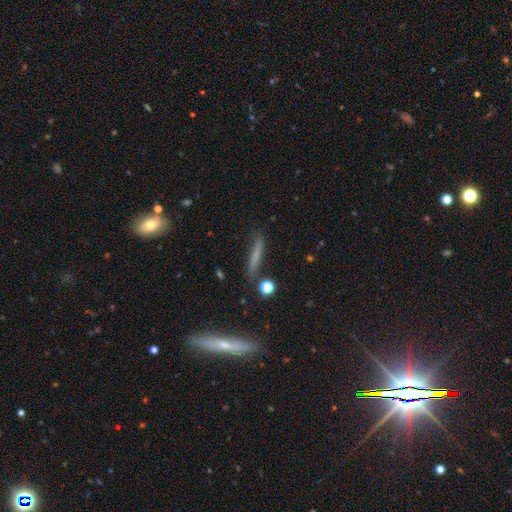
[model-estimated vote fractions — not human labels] Smooth or featured: smooth — 65% (featured or disk — 25%)
How rounded: cigar-shaped — 92% (in between — 5%)
Merging: none — 81% (minor disturbance — 13%)